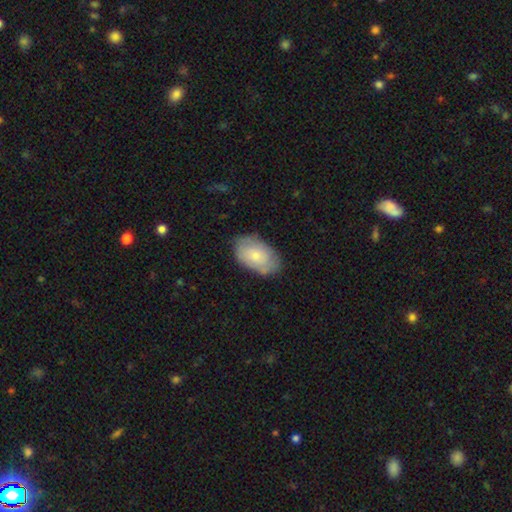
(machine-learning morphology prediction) Smooth or featured?
  - smooth: 69% *
  - featured or disk: 25%
  - star or artifact: 6%
How rounded?
  - in between: 92% *
  - round: 6%
  - cigar-shaped: 1%
Merging?
  - none: 75% *
  - minor disturbance: 20%
  - major disturbance: 4%
  - merger: 1%